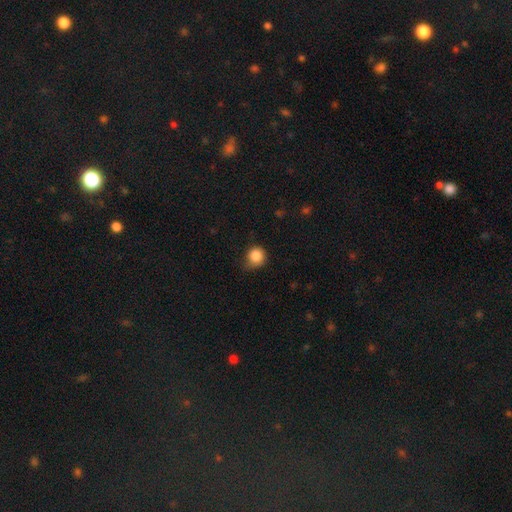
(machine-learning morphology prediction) This appears to be a smooth galaxy with no disk features (85%) that is round (88%). Merging: none (62%).